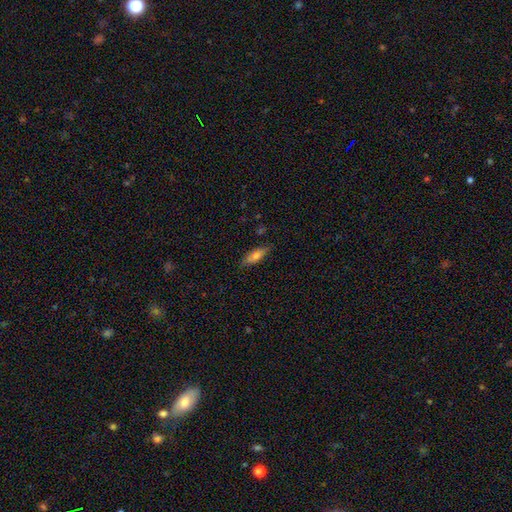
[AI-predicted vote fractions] Morphology: type=smooth (70%); roundness=in between (61%); merging=none (78%).